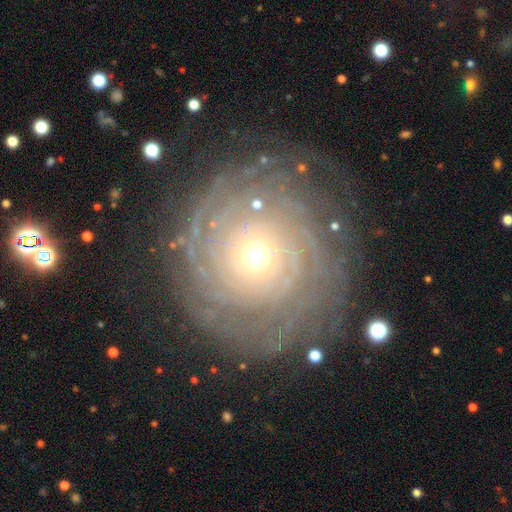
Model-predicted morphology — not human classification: This is clearly a featured or disk galaxy (85%). It is clearly not viewed edge-on (97%). Bar: clearly no (81%). Spiral arm pattern: clearly yes (95%). Spiral arm count: marginally can't tell (32%). Spiral winding: clearly tight (87%). Central bulge: possibly moderate (53%). Merging: clearly none (81%).